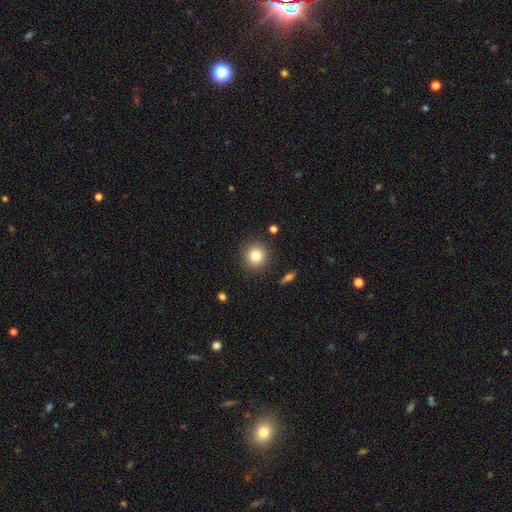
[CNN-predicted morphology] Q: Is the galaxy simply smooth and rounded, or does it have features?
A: smooth — 83%.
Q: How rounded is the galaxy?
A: round — 92%.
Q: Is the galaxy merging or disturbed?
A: none — 89%.